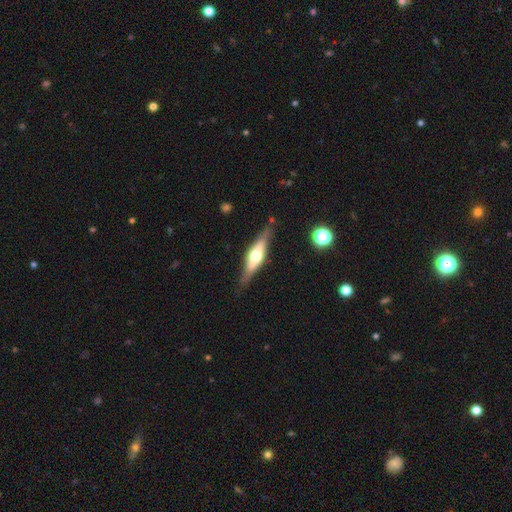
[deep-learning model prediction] Overall: featured or disk (67%; smooth 27%). Edge-on disk: yes (95%). Edge-on bulge: rounded (87%). Merging: none (83%).